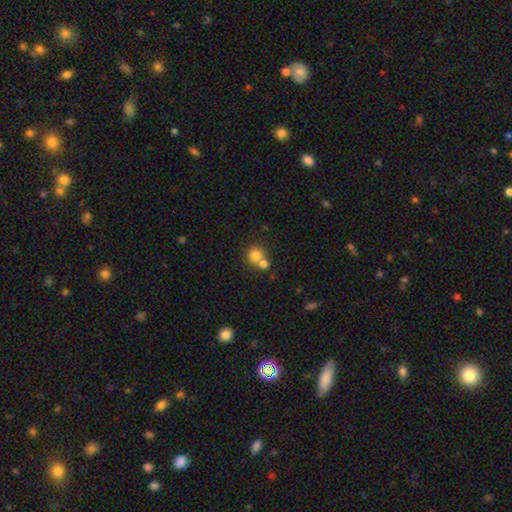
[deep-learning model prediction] The model was most divided on "merging": none: 47%, merger: 44%, minor disturbance: 6%, major disturbance: 2%. More confident: how rounded — round (88%); smooth or featured — smooth (78%).